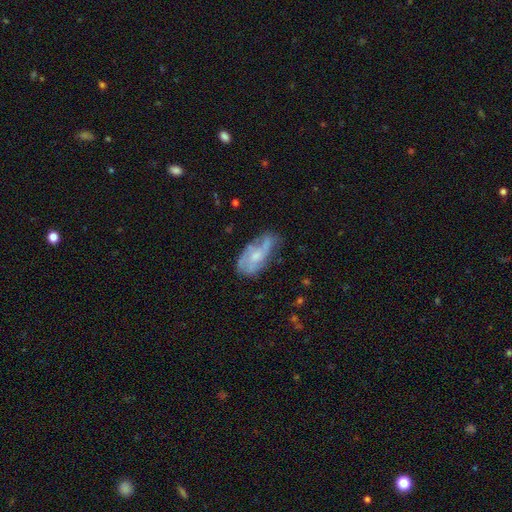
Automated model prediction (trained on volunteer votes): Smooth or featured?
  - featured or disk: 60% *
  - smooth: 32%
  - star or artifact: 8%
Edge-on disk?
  - no: 92% *
  - yes: 8%
Bar?
  - no: 73% *
  - weak: 23%
  - strong: 4%
Spiral arms?
  - yes: 65% *
  - no: 35%
Bulge size?
  - moderate: 44% *
  - small: 42%
  - none: 10%
  - large: 4%
  - dominant: 1%
Merging?
  - none: 51% *
  - minor disturbance: 30%
  - major disturbance: 15%
  - merger: 4%